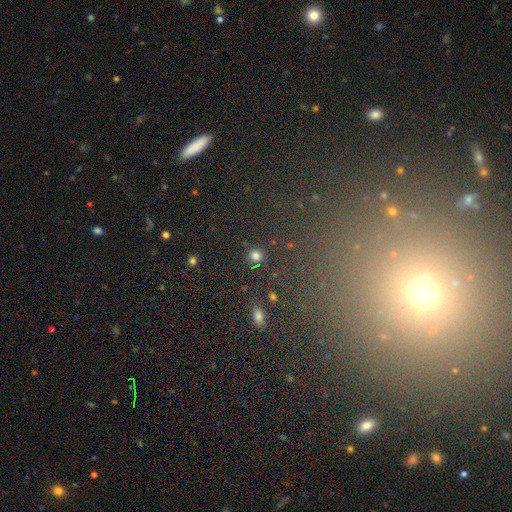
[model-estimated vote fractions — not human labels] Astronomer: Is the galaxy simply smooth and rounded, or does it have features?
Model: smooth — 79%.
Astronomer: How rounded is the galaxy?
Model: round — 93%.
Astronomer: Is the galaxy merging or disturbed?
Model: none — 89%.